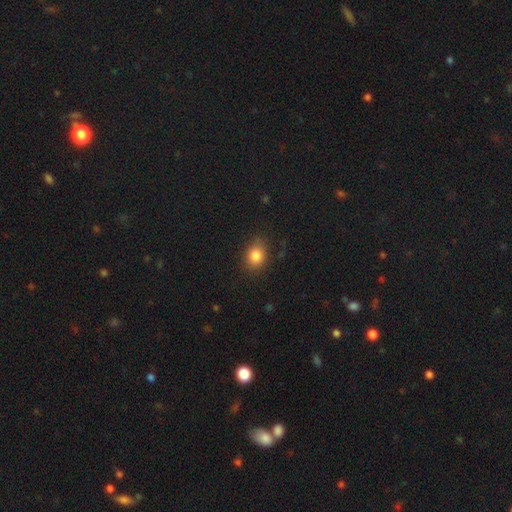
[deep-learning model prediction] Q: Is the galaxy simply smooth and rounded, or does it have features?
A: smooth — 84%.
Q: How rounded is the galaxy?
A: in between — 51%.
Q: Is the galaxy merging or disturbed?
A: none — 80%.